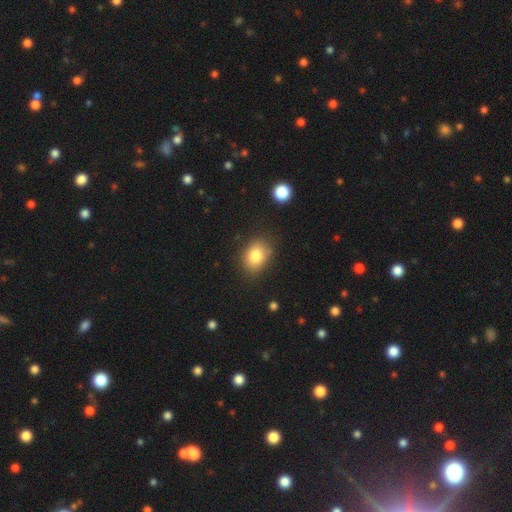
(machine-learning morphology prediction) This is clearly a smooth galaxy (81%). How rounded: likely in between (67%). Merging: clearly none (81%).